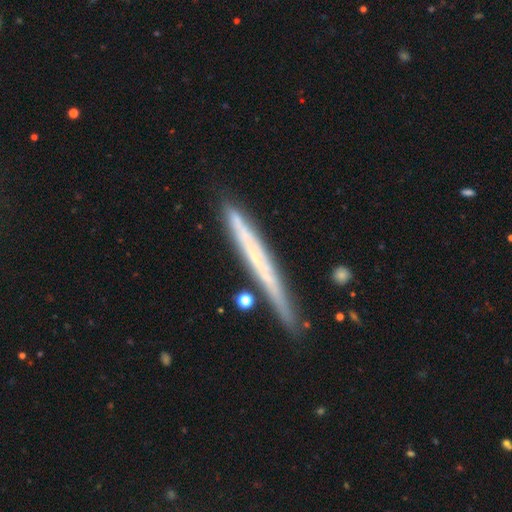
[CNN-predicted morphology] This appears to be a featured or disk galaxy (54%) viewed edge-on (95%) with no central bulge (87%). Merging: none (83%).